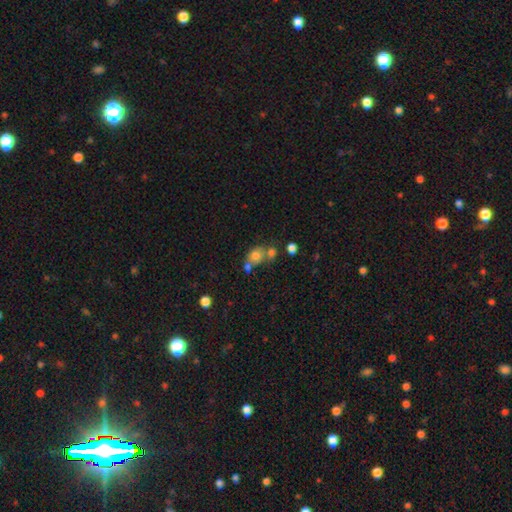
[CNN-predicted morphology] This appears to be a smooth galaxy with no disk features (71%) that is round (62%). Merging: merger (41%).